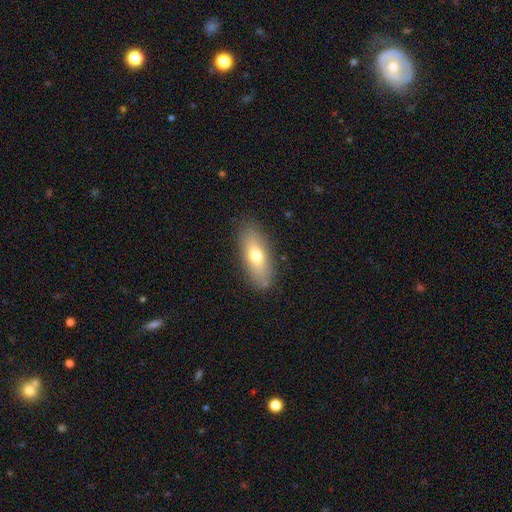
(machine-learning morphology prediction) smooth 68%, featured or disk 24%, star or artifact 7%. Down the decision tree: how rounded — in between (71%); merging — none (85%).